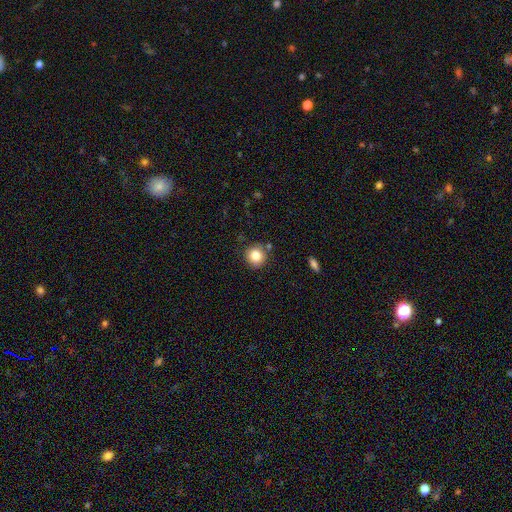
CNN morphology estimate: This appears to be a smooth galaxy with no disk features (82%) that is round (92%). Merging: none (82%).